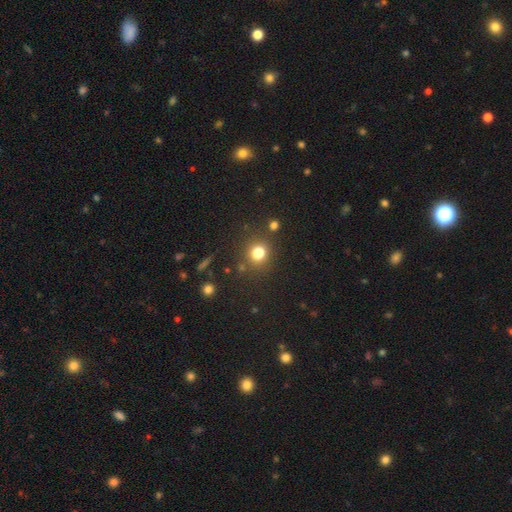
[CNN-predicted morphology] type=smooth (77%); roundness=round (88%); merging=none (83%).